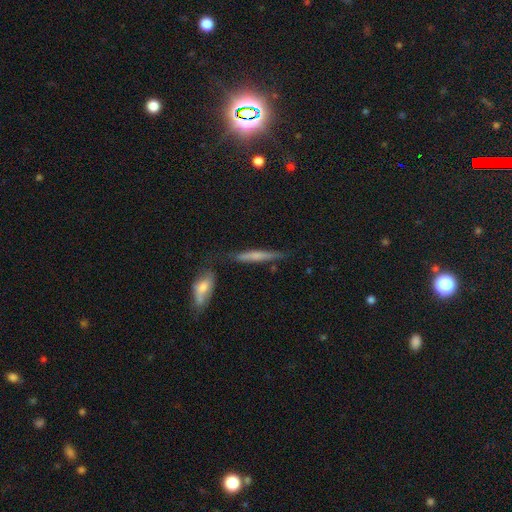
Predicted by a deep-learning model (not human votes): Q: Smooth or featured?
A: smooth (52%); runner-up: featured or disk (41%)
Q: How rounded?
A: cigar-shaped (92%); runner-up: in between (6%)
Q: Merging?
A: none (72%); runner-up: minor disturbance (16%)